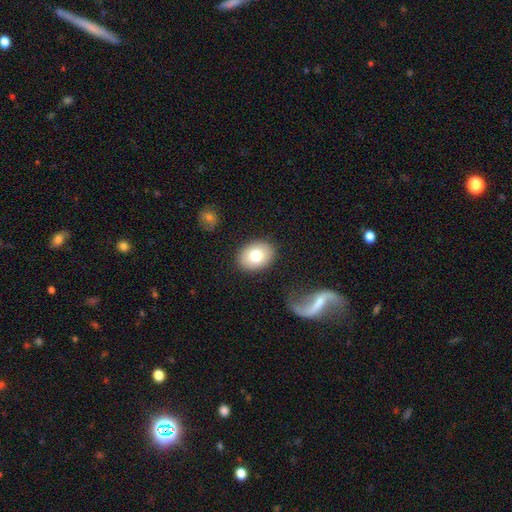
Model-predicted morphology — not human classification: A smooth galaxy with no disk features (76%) that is in between round and cigar-shaped (69%).

Vote fractions:
- Smooth or featured? smooth: 76% / featured or disk: 16% / star or artifact: 8%
- How rounded? in between: 69% / round: 30% / cigar-shaped: 1%
- Merging? none: 86% / minor disturbance: 9% / major disturbance: 3% / merger: 2%